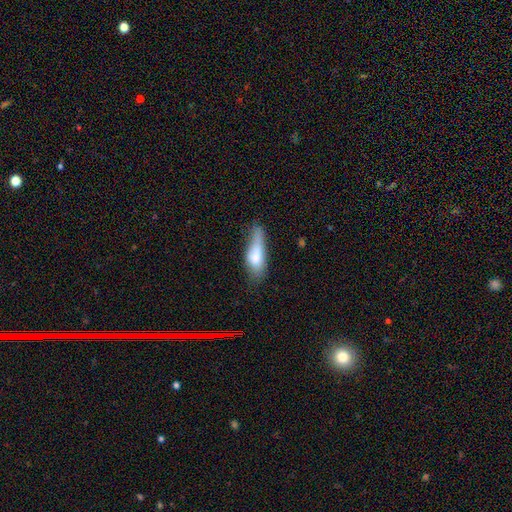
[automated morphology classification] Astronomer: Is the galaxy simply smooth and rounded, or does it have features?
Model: smooth — 74%.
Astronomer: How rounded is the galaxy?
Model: in between — 56% (runner-up: cigar-shaped, 41%).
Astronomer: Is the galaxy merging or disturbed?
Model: minor disturbance — 36% (runner-up: none, 33%).